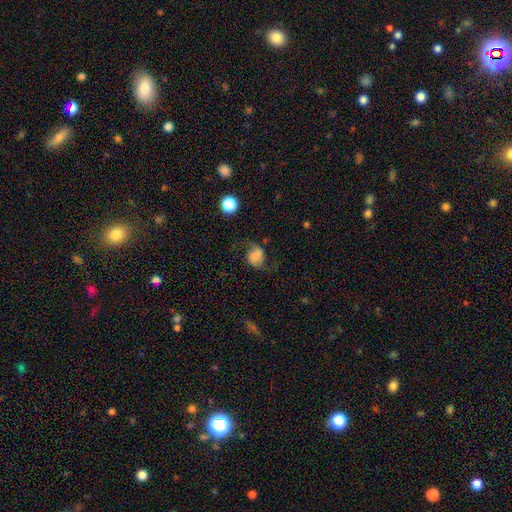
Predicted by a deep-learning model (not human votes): A smooth galaxy with no disk features (45%).

Vote fractions:
- Smooth or featured? smooth: 45% / featured or disk: 43% / star or artifact: 12%
- Merging? none: 60% / minor disturbance: 22% / major disturbance: 16% / merger: 2%